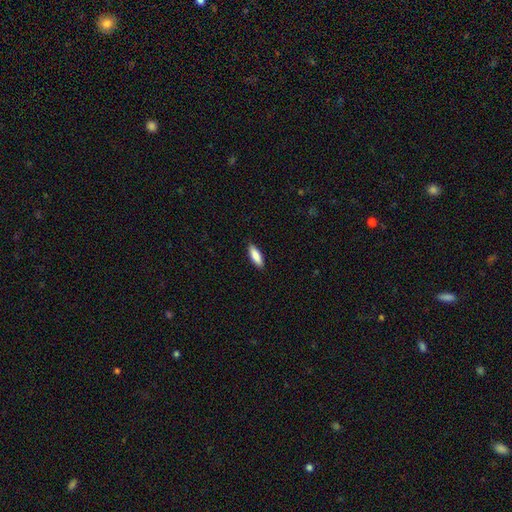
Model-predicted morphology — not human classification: Smooth or featured? smooth (87%)
How rounded? in between (57%)
Merging? none (88%)